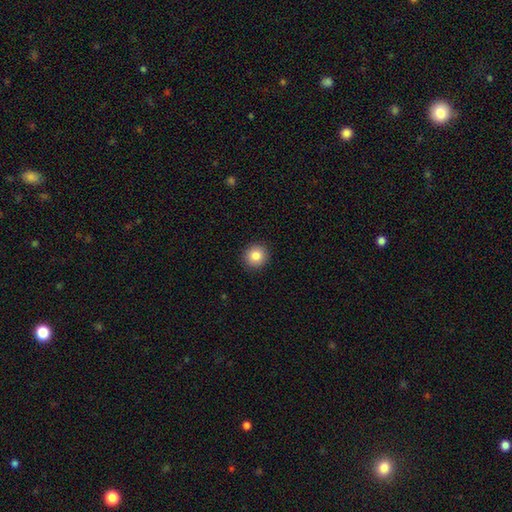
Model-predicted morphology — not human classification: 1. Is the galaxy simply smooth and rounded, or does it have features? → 85% smooth, 9% star or artifact, 6% featured or disk.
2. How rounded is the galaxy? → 93% round, 6% in between, 1% cigar-shaped.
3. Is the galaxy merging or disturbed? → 92% none, 5% minor disturbance, 2% major disturbance, 1% merger.